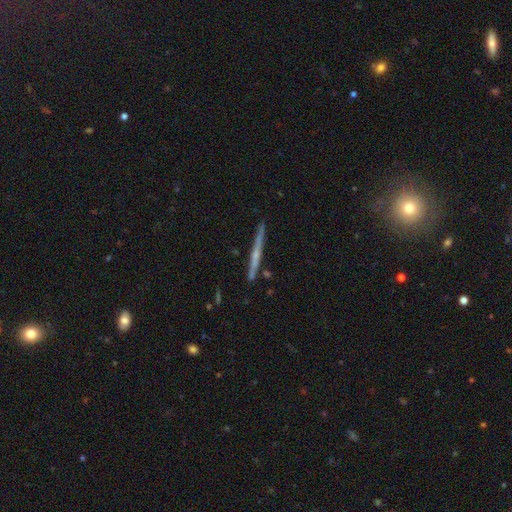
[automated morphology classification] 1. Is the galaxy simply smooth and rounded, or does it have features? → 68% featured or disk, 26% smooth, 6% star or artifact.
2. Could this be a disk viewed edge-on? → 98% yes, 2% no.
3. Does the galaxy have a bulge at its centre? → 46% none (tied), 46% rounded (tied), 8% boxy.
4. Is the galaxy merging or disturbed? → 89% none, 7% minor disturbance, 2% merger, 1% major disturbance.